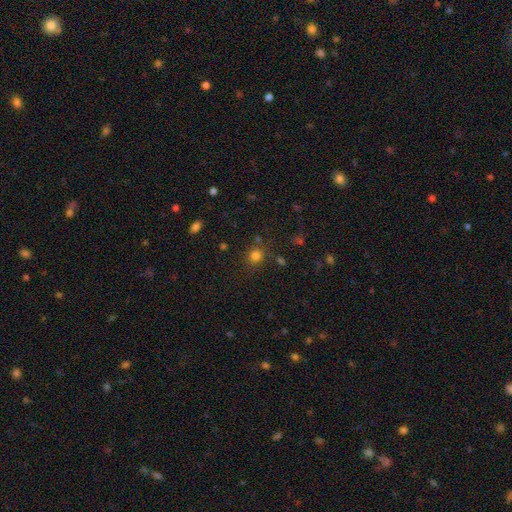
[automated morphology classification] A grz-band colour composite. It shows a smooth galaxy with no disk features (78%) that is round (85%). Merging: none (78%).